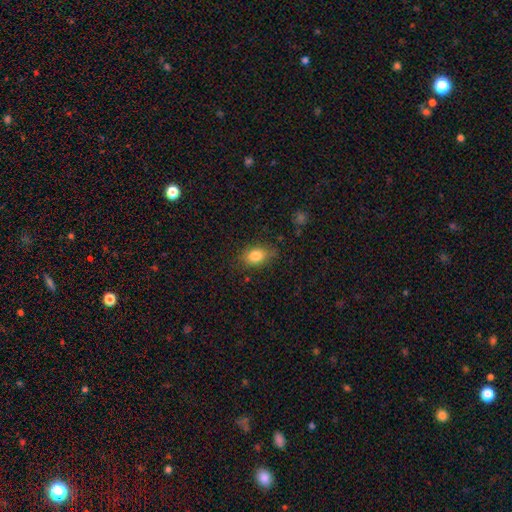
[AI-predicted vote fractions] A smooth galaxy with no disk features (82%) that is in between round and cigar-shaped (74%). Merging: none (76%).